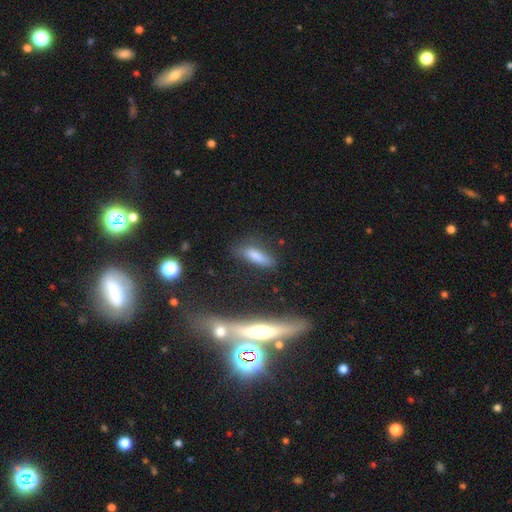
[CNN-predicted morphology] This is likely a smooth galaxy (72%). How rounded: possibly cigar-shaped (55%). Merging: likely none (76%).